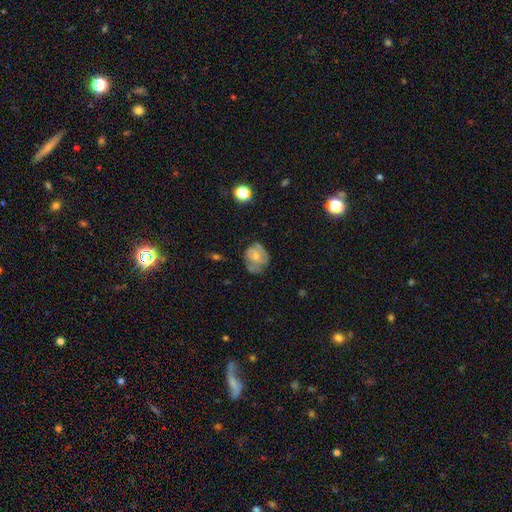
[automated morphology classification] Smooth or featured? featured or disk (48%)
Merging? none (51%)